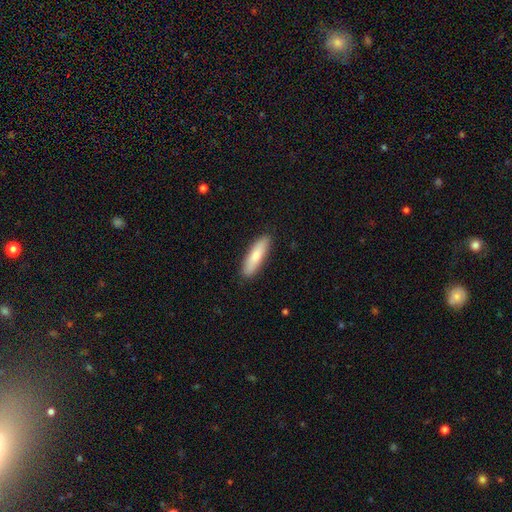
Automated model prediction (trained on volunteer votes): The model was most divided on "how rounded": cigar-shaped: 65%, in between: 34%, round: 2%. More confident: merging — none (89%); smooth or featured — smooth (77%).